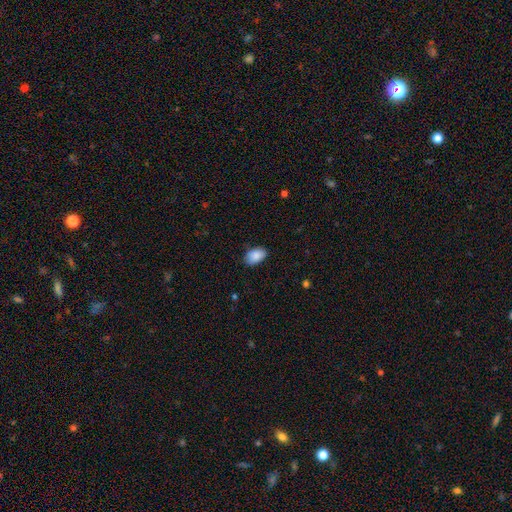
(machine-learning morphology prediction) Overall: smooth (89%). How rounded: in between (91%). Merging: none (82%).